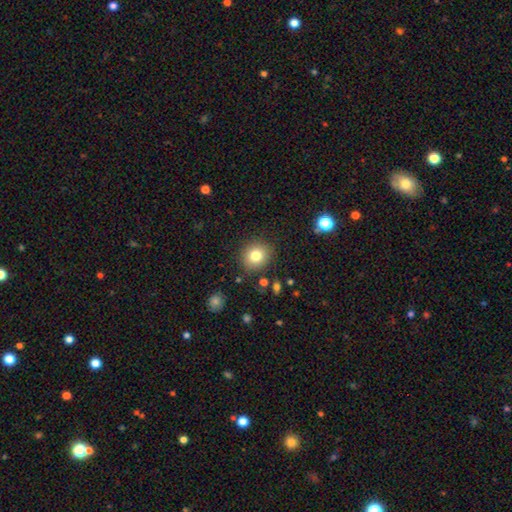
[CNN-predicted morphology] smooth-or-featured: smooth: 79% | star or artifact: 11% | featured or disk: 9%
  how-rounded: round: 82% | in between: 17% | cigar-shaped: 1%
  merging: none: 87% | minor disturbance: 8% | major disturbance: 3% | merger: 2%